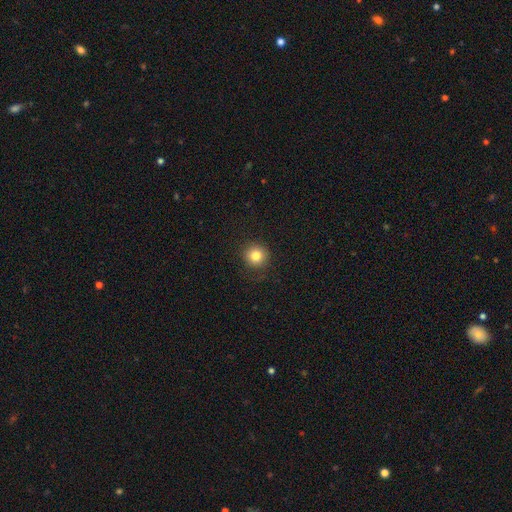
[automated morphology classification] Overall: smooth (83%). How rounded: round (94%). Merging: none (88%).